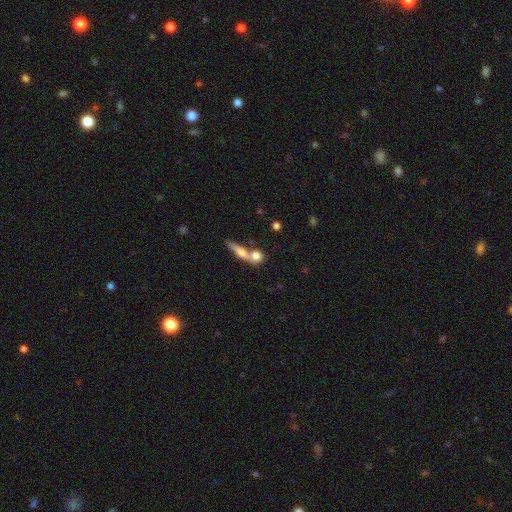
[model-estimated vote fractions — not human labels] smooth-or-featured: smooth: 67% | featured or disk: 25% | star or artifact: 9%
  how-rounded: round: 56% | in between: 23% | cigar-shaped: 21%
  merging: none: 43% | merger: 42% | minor disturbance: 9% | major disturbance: 6%